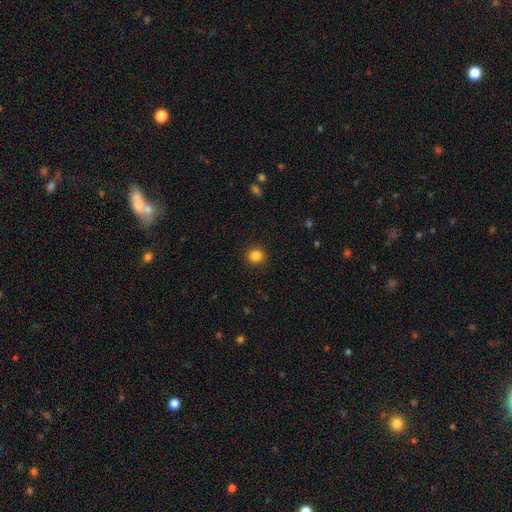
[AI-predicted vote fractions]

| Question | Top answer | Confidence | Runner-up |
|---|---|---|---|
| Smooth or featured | smooth | 85% | star or artifact (11%) |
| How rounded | round | 91% | in between (8%) |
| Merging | none | 92% | minor disturbance (5%) |